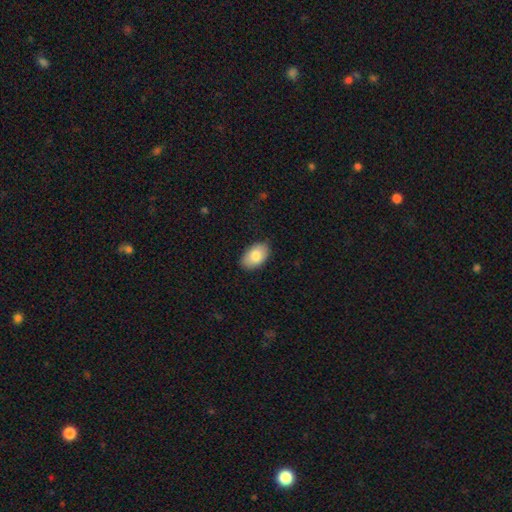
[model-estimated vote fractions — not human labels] Overall: smooth (83%). How rounded: in between (93%). Merging: none (86%).